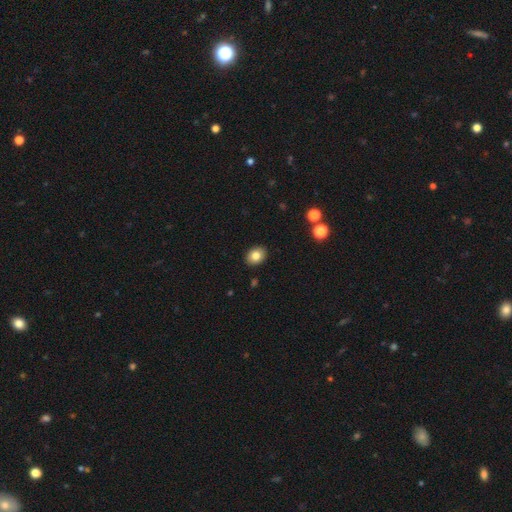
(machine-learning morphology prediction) Smooth or featured? Predicted: smooth (p=0.82). How rounded? Predicted: in between (p=0.62). Merging? Predicted: none (p=0.90).